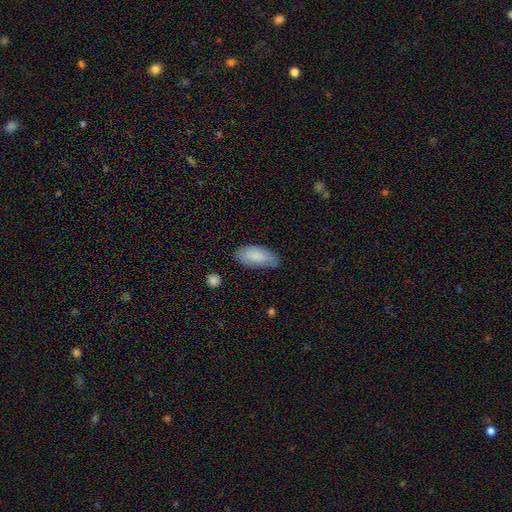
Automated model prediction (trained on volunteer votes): Morphology: type=smooth (82%); roundness=in between (89%); merging=none (70%).